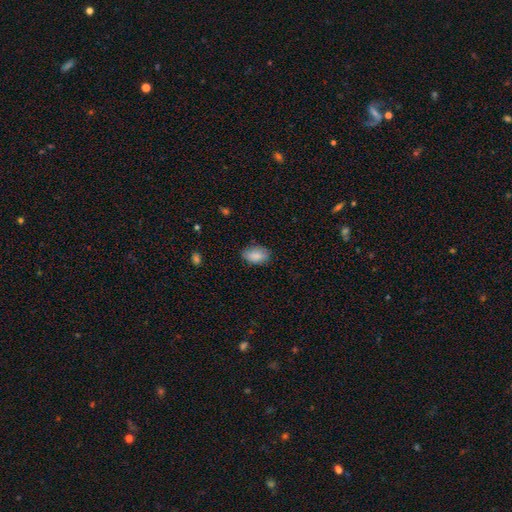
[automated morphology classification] Smooth or featured?
  - smooth: 86% *
  - featured or disk: 7%
  - star or artifact: 7%
How rounded?
  - in between: 91% *
  - round: 7%
  - cigar-shaped: 2%
Merging?
  - none: 80% *
  - minor disturbance: 16%
  - major disturbance: 3%
  - merger: 1%